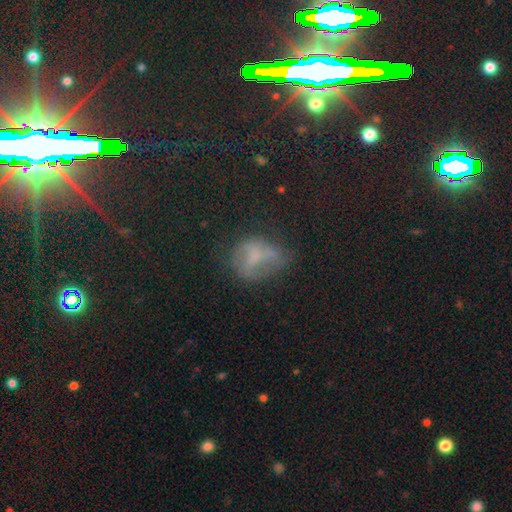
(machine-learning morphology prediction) smooth 46%, featured or disk 28%, star or artifact 26%. Down the decision tree: merging — none (38%).